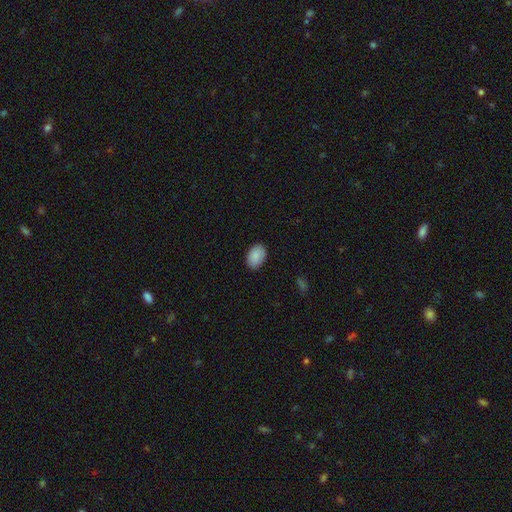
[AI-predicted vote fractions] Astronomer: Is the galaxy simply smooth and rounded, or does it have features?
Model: smooth — 89%.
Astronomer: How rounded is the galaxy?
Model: in between — 89%.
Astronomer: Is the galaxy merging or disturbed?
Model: none — 87%.